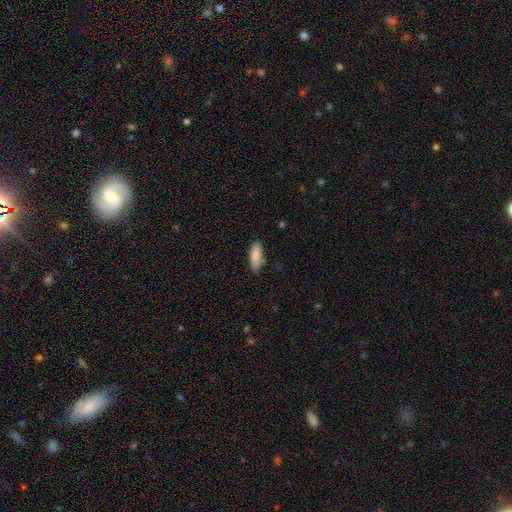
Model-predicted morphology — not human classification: Smooth or featured? Predicted: smooth (p=0.85). How rounded? Predicted: in between (p=0.59). Merging? Predicted: none (p=0.79).